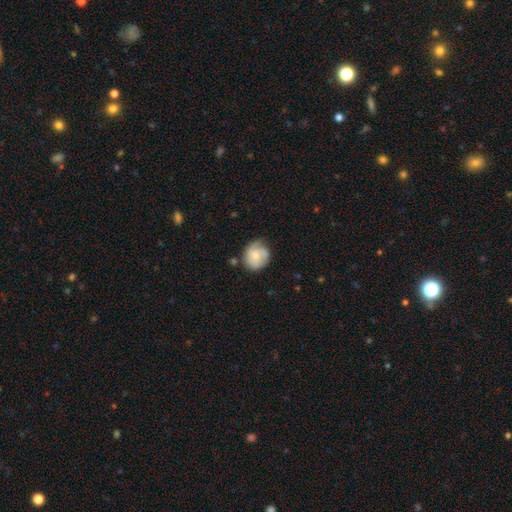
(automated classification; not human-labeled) This appears to be a smooth galaxy with no disk features (51%) that is round (77%). Merging: none (57%).